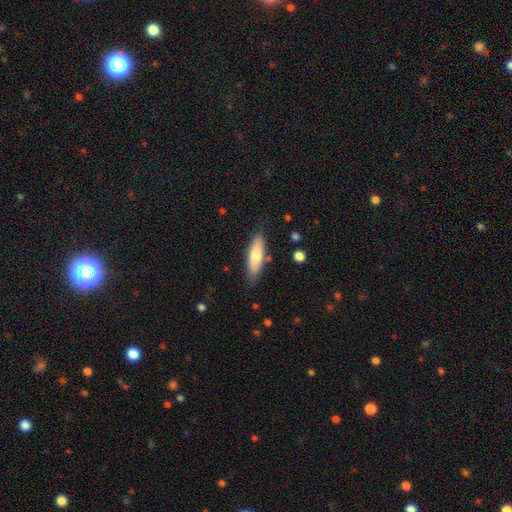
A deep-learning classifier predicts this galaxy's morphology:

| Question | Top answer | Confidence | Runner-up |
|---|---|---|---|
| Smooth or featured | smooth | 71% | featured or disk (23%) |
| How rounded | cigar-shaped | 53% | in between (45%) |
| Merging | none | 82% | minor disturbance (13%) |